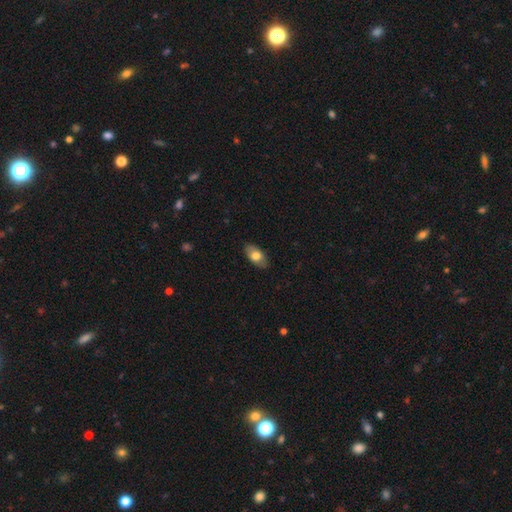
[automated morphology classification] smooth-or-featured: smooth: 72% | featured or disk: 22% | star or artifact: 6%
  how-rounded: in between: 92% | cigar-shaped: 4% | round: 4%
  merging: none: 86% | minor disturbance: 10% | major disturbance: 2% | merger: 1%